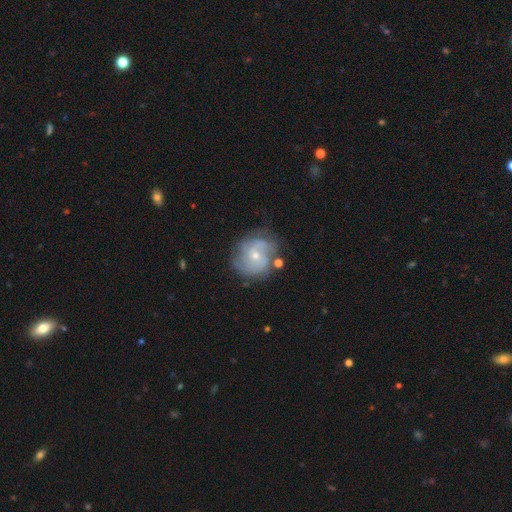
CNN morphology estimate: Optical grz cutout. It shows a featured or disk galaxy (71%) with no bar (70%), tight (47%) spiral arms (86%) and a small central bulge (63%). Merging: none (65%).